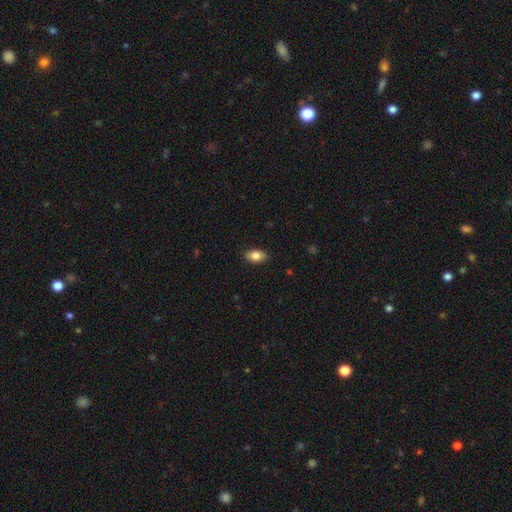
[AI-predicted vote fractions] This is clearly a smooth galaxy (83%). How rounded: clearly in between (91%). Merging: clearly none (87%).